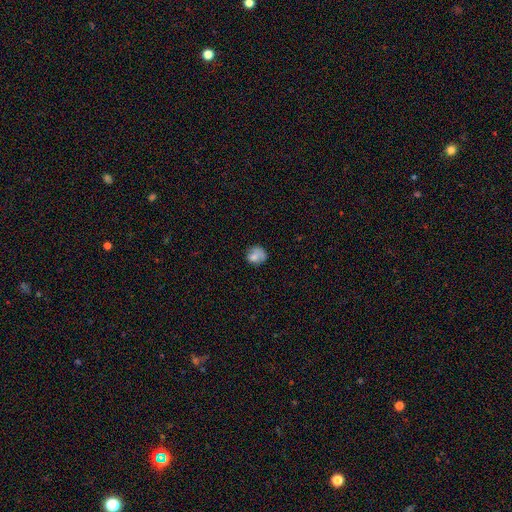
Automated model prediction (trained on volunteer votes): smooth_or_featured: smooth (p=0.76) [alt: featured or disk p=0.13]
how_rounded: round (p=0.73) [alt: in between p=0.26]
merging: none (p=0.58) [alt: minor disturbance p=0.26]